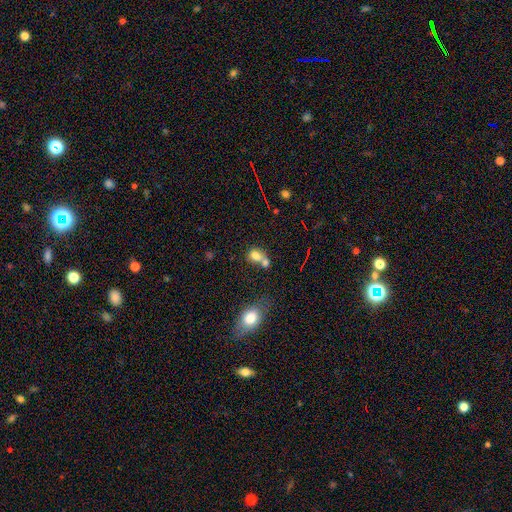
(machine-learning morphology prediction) smooth-or-featured: smooth: 74% | featured or disk: 14% | star or artifact: 12%
  how-rounded: in between: 54% | round: 44% | cigar-shaped: 2%
  merging: merger: 57% | none: 28% | minor disturbance: 9% | major disturbance: 5%